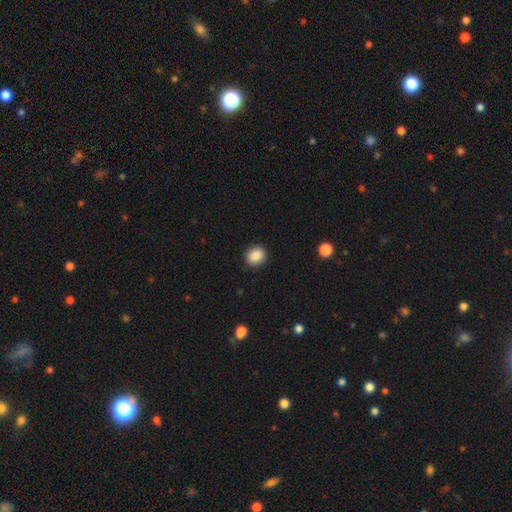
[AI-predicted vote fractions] Smooth or featured: smooth — 88% (star or artifact — 9%)
How rounded: round — 75% (in between — 24%)
Merging: none — 91% (minor disturbance — 6%)